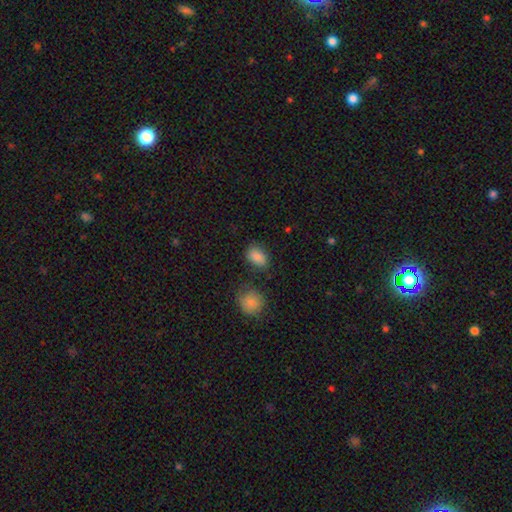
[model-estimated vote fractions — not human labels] Smooth or featured? smooth (85%)
How rounded? in between (85%)
Merging? none (75%)